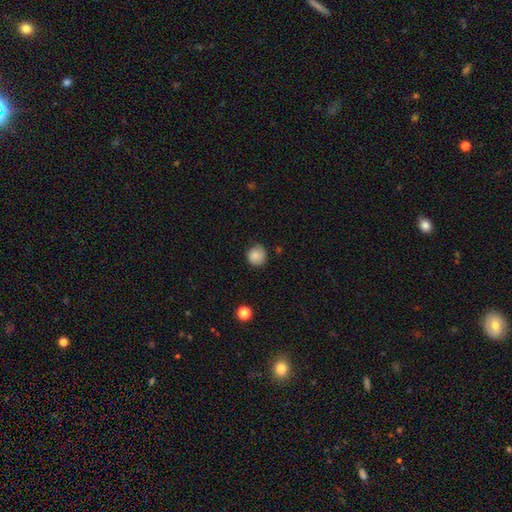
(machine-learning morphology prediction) A smooth galaxy with no disk features (83%) that is round (86%).

Vote fractions:
- Smooth or featured? smooth: 83% / featured or disk: 8% / star or artifact: 8%
- How rounded? round: 86% / in between: 13% / cigar-shaped: 1%
- Merging? none: 72% / minor disturbance: 23% / major disturbance: 4% / merger: 1%